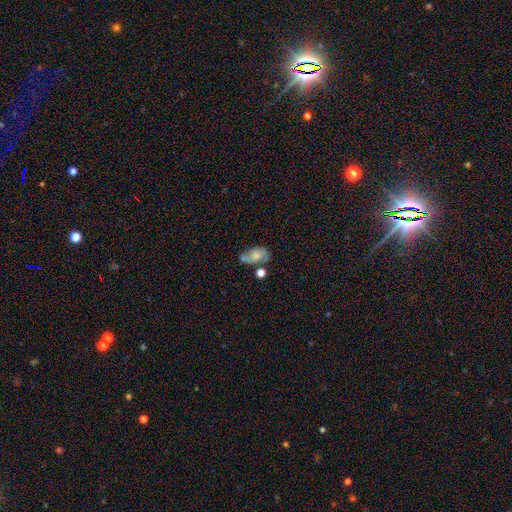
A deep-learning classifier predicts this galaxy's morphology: smooth 51%, featured or disk 38%, star or artifact 11%. Down the decision tree: how rounded — in between (84%); merging — none (34%).